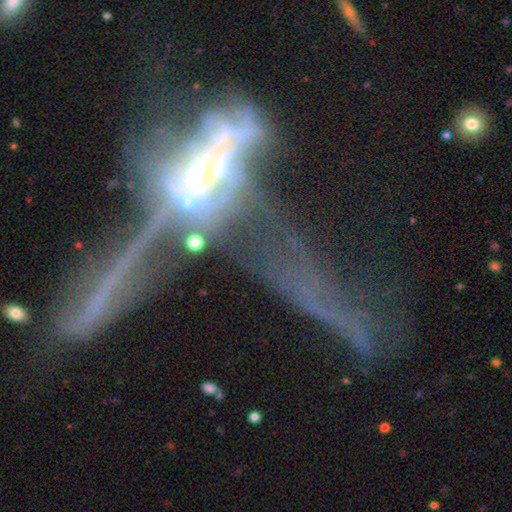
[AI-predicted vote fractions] smooth-or-featured: featured or disk: 67% | star or artifact: 18% | smooth: 15%
  disk-edge-on: no: 50% (tied) | yes: 50% (tied)
  merging: merger: 42% | major disturbance: 37% | none: 13% | minor disturbance: 8%